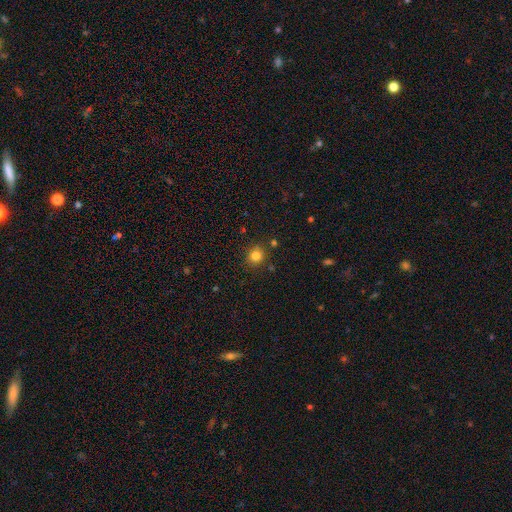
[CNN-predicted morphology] A smooth galaxy with no disk features (82%) that is round (87%). Merging: none (87%).